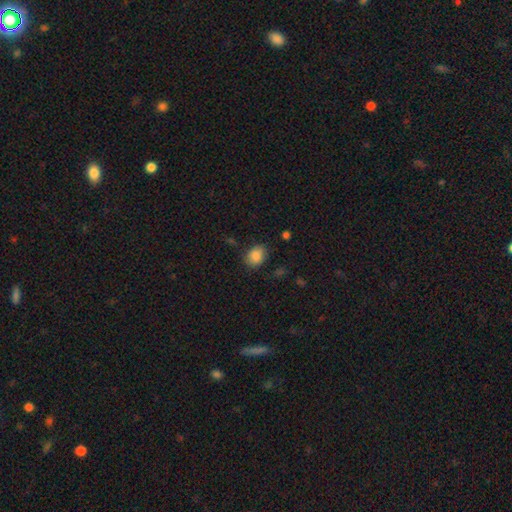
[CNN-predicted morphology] This appears to be a smooth galaxy with no disk features (86%) that is in between round and cigar-shaped (60%). Merging: none (77%).